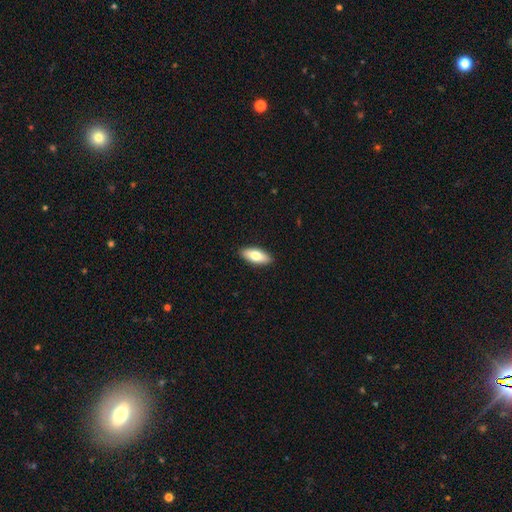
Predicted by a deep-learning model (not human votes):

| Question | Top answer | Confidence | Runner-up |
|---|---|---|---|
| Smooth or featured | smooth | 74% | featured or disk (20%) |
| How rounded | in between | 79% | cigar-shaped (18%) |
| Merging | none | 90% | minor disturbance (7%) |